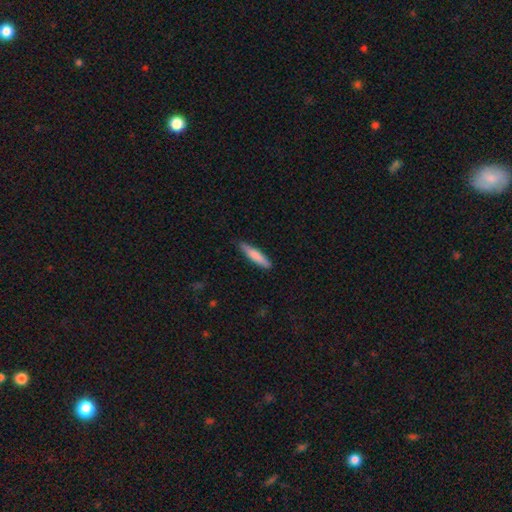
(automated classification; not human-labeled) Smooth or featured? smooth (80%)
How rounded? cigar-shaped (86%)
Merging? none (83%)